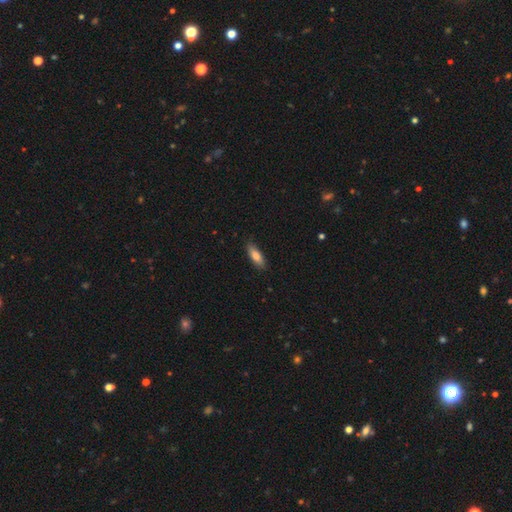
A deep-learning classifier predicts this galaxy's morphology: smooth_or_featured: smooth (p=0.82) [alt: featured or disk p=0.12]
how_rounded: in between (p=0.62) [alt: cigar-shaped p=0.36]
merging: none (p=0.86) [alt: minor disturbance p=0.11]